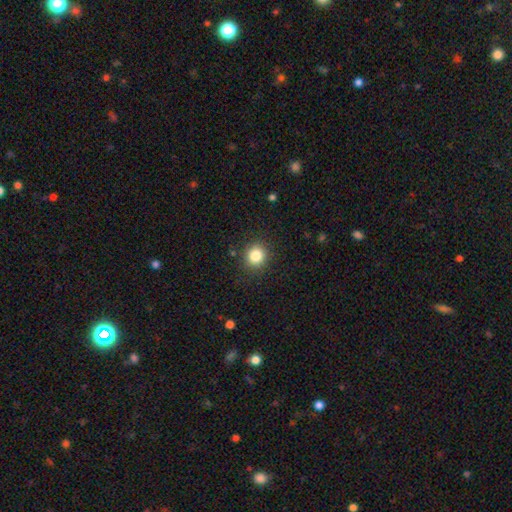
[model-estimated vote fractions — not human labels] Q: Smooth or featured?
A: smooth (84%); runner-up: star or artifact (11%)
Q: How rounded?
A: round (86%); runner-up: in between (13%)
Q: Merging?
A: none (88%); runner-up: minor disturbance (8%)